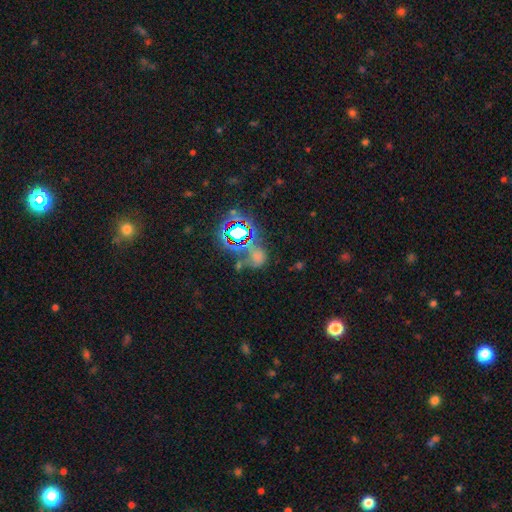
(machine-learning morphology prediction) star or artifact 47%, smooth 39%, featured or disk 14%.